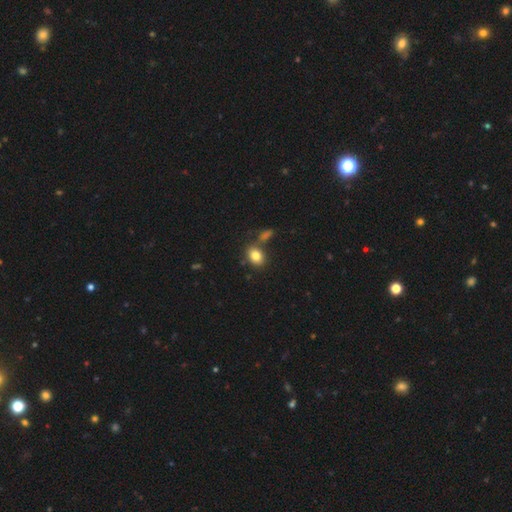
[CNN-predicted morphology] smooth_or_featured: smooth (p=0.82) [alt: star or artifact p=0.10]
how_rounded: in between (p=0.68) [alt: round p=0.30]
merging: none (p=0.67) [alt: merger p=0.17]